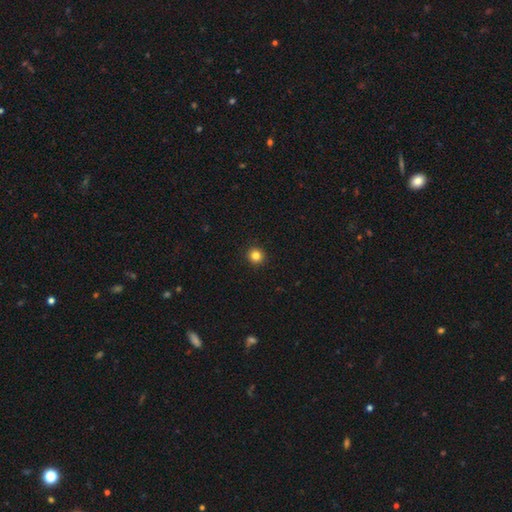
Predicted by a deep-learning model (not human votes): Morphology: type=smooth (84%); roundness=round (94%); merging=none (93%).